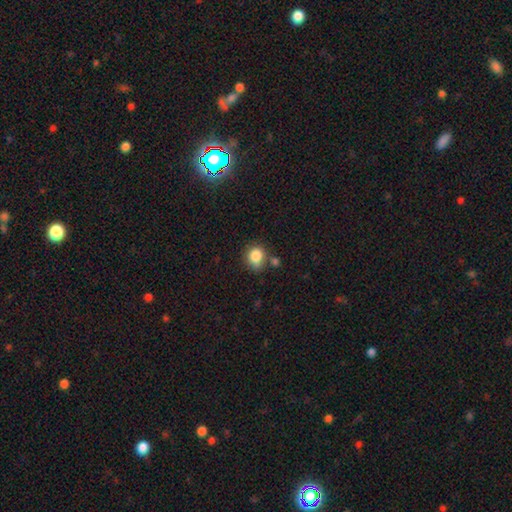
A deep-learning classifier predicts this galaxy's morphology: This appears to be a smooth galaxy with no disk features (84%) that is round (69%). Merging: none (59%).